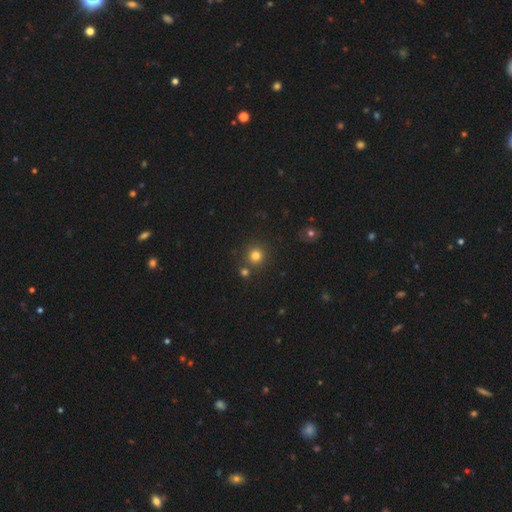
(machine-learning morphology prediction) Smooth or featured? smooth (79%)
How rounded? round (93%)
Merging? none (79%)